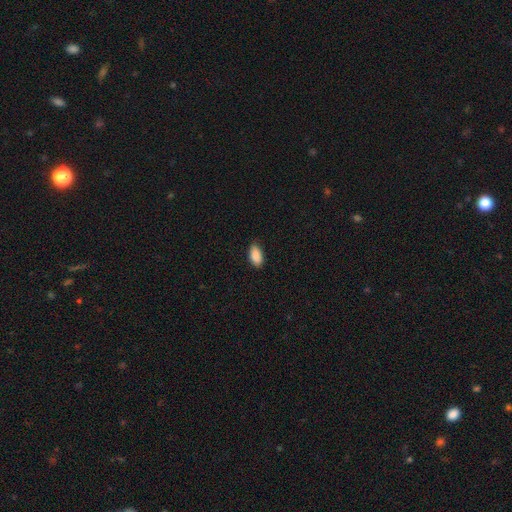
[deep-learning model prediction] Q: Smooth or featured?
A: smooth (90%); runner-up: star or artifact (7%)
Q: How rounded?
A: in between (93%); runner-up: cigar-shaped (3%)
Q: Merging?
A: none (81%); runner-up: minor disturbance (16%)